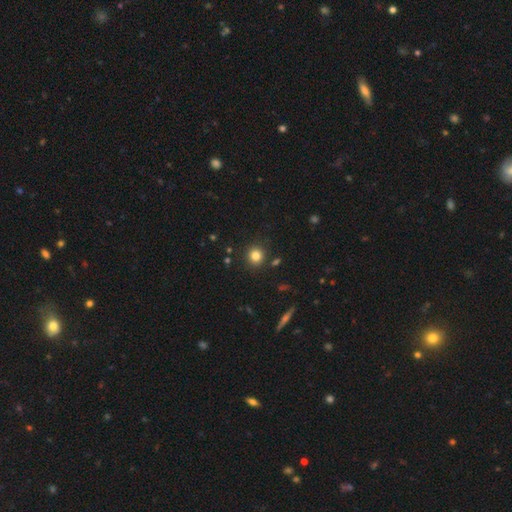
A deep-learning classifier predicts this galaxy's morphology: A smooth galaxy with no disk features (81%) that is round (90%). Merging: none (88%).